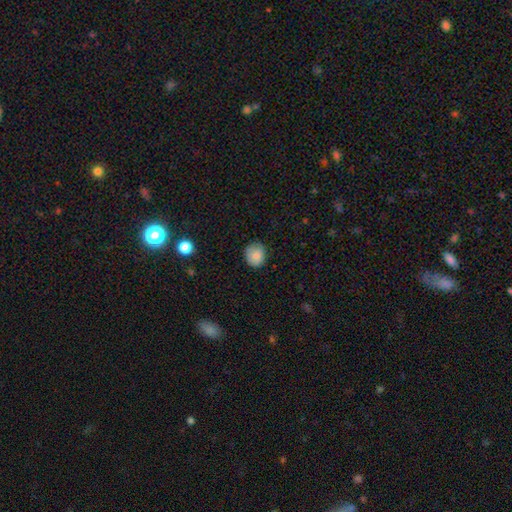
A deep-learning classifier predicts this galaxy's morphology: Overall: smooth (86%). How rounded: round (76%). Merging: none (78%).